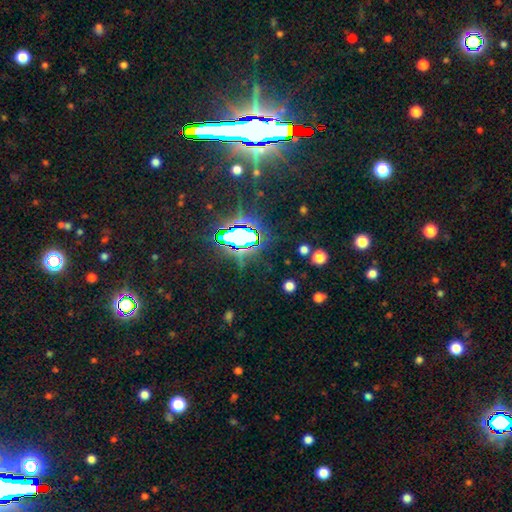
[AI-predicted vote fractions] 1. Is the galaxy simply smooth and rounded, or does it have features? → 79% star or artifact, 11% smooth, 10% featured or disk.